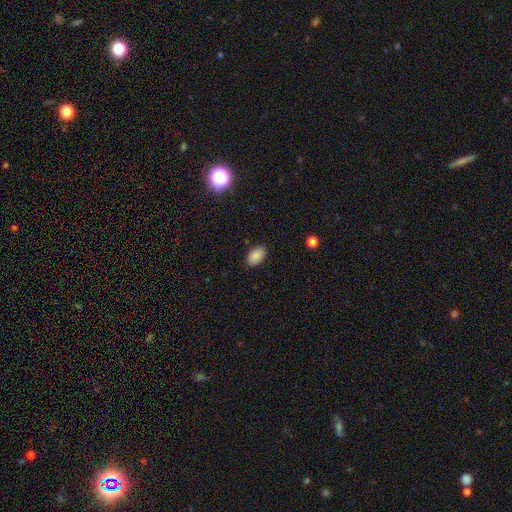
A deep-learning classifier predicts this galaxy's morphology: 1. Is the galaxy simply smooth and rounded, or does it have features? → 87% smooth, 9% star or artifact, 5% featured or disk.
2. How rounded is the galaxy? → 92% in between, 7% round, 1% cigar-shaped.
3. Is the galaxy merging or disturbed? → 87% none, 10% minor disturbance, 2% major disturbance, 1% merger.